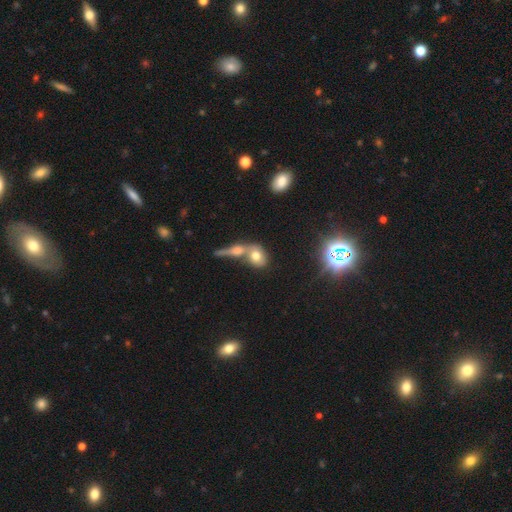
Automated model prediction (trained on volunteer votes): smooth 63%, featured or disk 23%, star or artifact 14%. Down the decision tree: how rounded — in between (48%); merging — merger (50%).